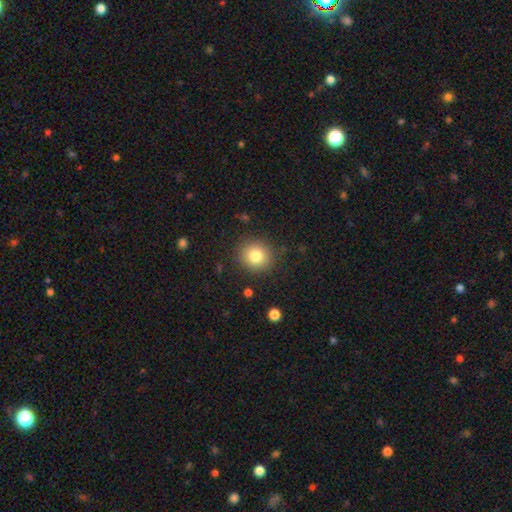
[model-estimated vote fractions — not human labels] Q: Smooth or featured?
A: smooth (81%); runner-up: star or artifact (11%)
Q: How rounded?
A: round (88%); runner-up: in between (11%)
Q: Merging?
A: none (88%); runner-up: minor disturbance (8%)